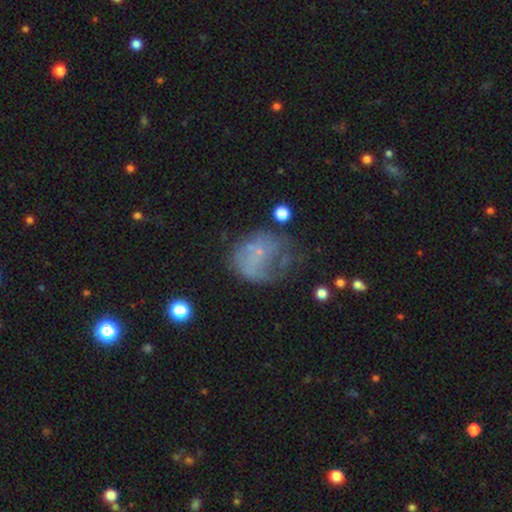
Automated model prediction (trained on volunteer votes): Morphology: type=featured or disk (44%); merging=major disturbance (38%).